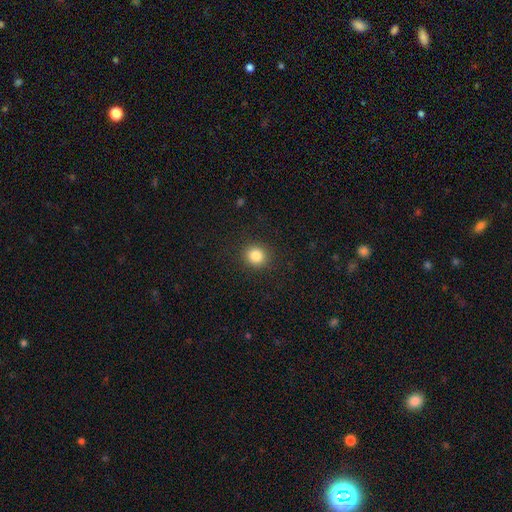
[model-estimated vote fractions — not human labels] This appears to be a smooth galaxy with no disk features (83%) that is round (88%). Merging: none (91%).